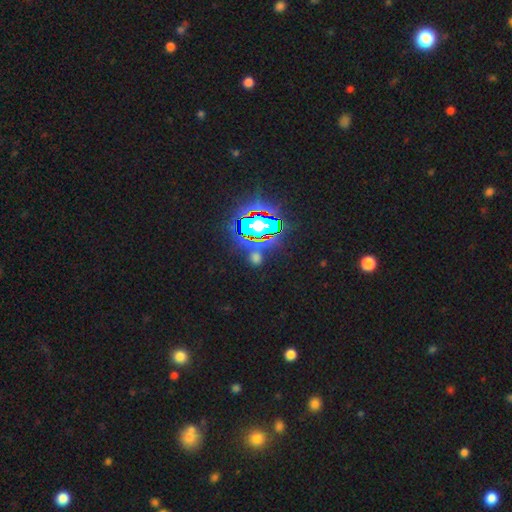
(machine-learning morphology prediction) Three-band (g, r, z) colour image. It shows a star or artifact, not a galaxy (55%).